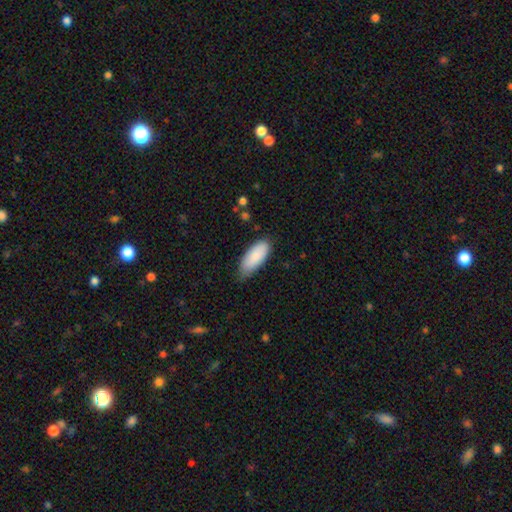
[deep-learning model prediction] A smooth galaxy with no disk features (87%) that is in between round and cigar-shaped (83%). Merging: none (65%).